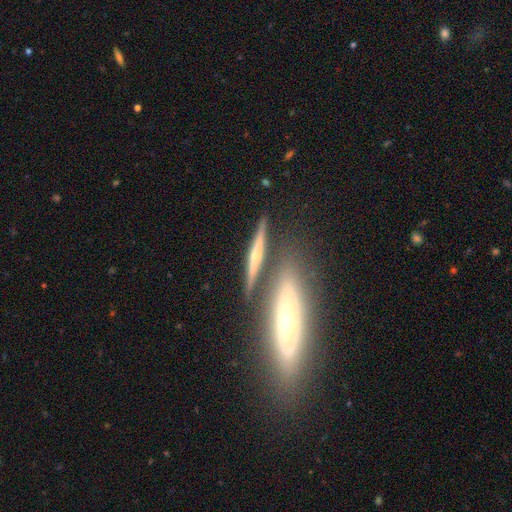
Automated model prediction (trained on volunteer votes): Q: Smooth or featured?
A: featured or disk (60%); runner-up: smooth (30%)
Q: Edge-on disk?
A: yes (93%); runner-up: no (7%)
Q: Edge-on bulge?
A: rounded (62%); runner-up: none (27%)
Q: Merging?
A: none (71%); runner-up: merger (13%)